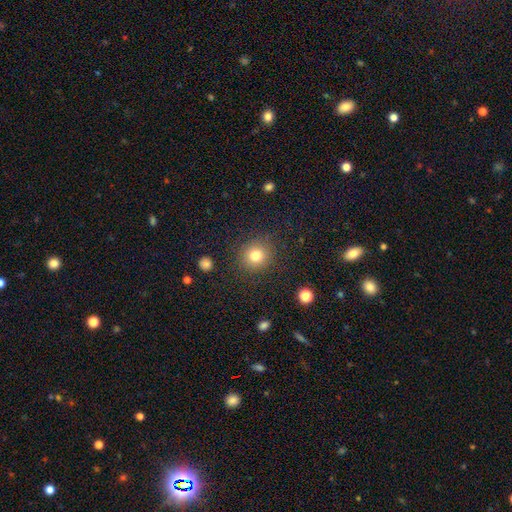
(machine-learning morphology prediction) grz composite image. It shows a smooth galaxy with no disk features (80%) that is round (89%). Merging: none (87%).